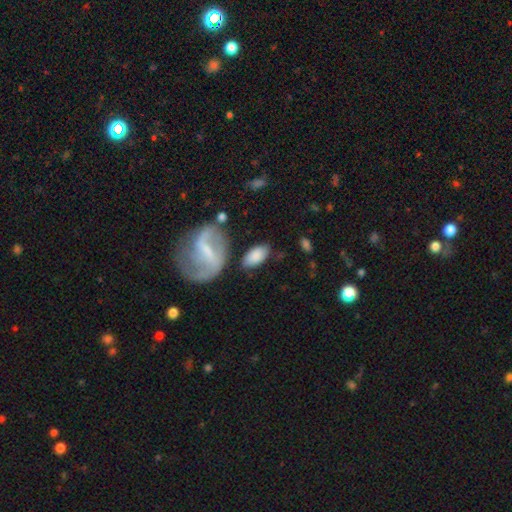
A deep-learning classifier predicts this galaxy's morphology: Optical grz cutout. It shows a smooth galaxy with no disk features (77%) that is in between round and cigar-shaped (93%). Merging: none (70%).